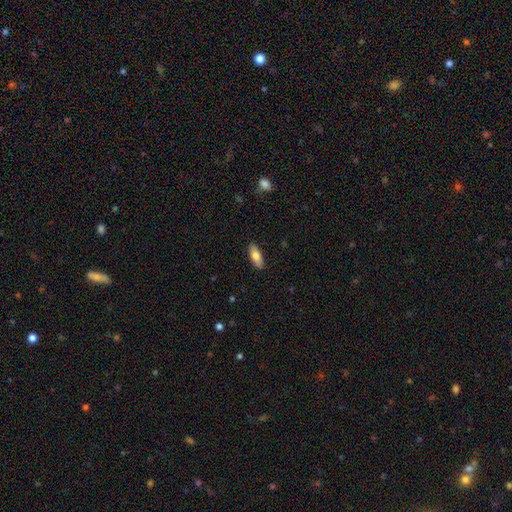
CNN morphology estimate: Overall: smooth (76%). How rounded: in between (77%). Merging: none (89%).